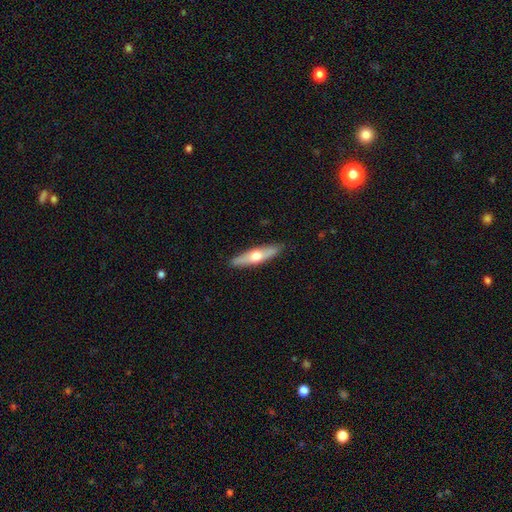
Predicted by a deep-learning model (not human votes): A featured or disk galaxy (49%).

Vote fractions:
- Smooth or featured? featured or disk: 49% / smooth: 46% / star or artifact: 5%
- Merging? none: 89% / minor disturbance: 8% / major disturbance: 2% / merger: 1%